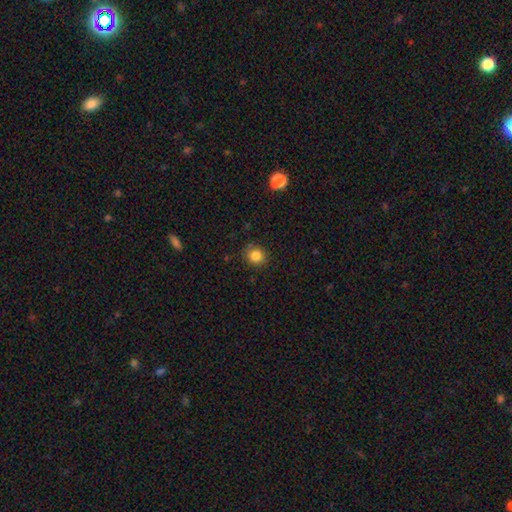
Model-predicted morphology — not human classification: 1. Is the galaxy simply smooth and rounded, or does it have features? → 84% smooth, 11% star or artifact, 5% featured or disk.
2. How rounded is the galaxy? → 86% round, 13% in between, 1% cigar-shaped.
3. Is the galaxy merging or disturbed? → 83% none, 13% minor disturbance, 3% major disturbance, 1% merger.